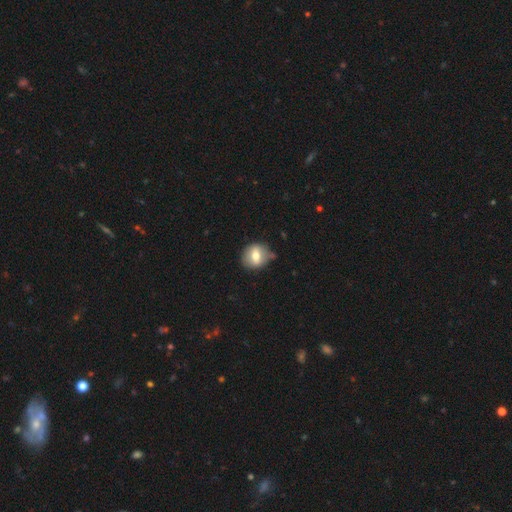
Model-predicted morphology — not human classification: This is likely a smooth galaxy (65%). How rounded: likely round (69%). Merging: likely none (77%).